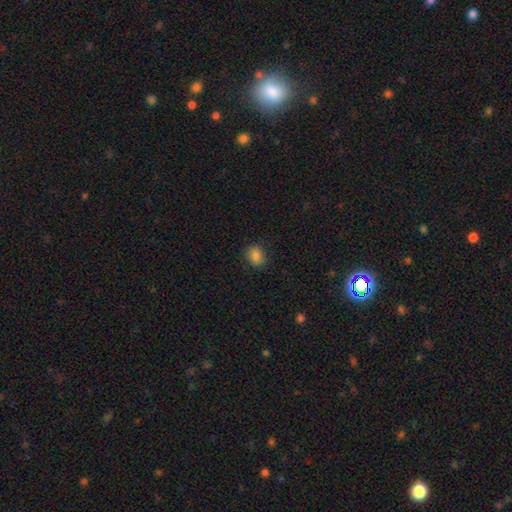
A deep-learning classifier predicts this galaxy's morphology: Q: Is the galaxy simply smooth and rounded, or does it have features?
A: smooth — 84%.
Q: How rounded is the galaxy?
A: round — 63%.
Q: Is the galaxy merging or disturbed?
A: none — 85%.